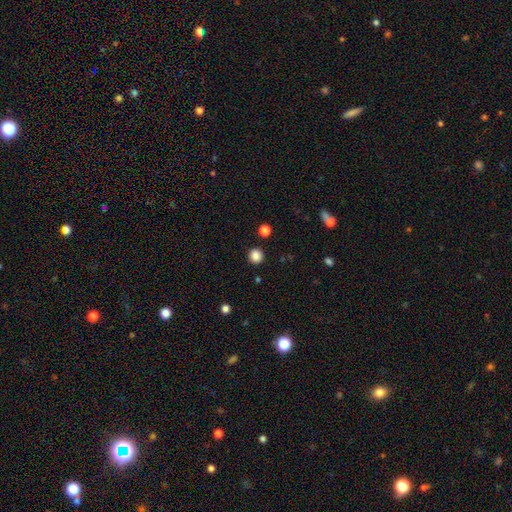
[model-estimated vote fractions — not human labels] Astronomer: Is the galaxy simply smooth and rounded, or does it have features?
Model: smooth — 86%.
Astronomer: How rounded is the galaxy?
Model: round — 93%.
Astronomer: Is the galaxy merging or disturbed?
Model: none — 91%.